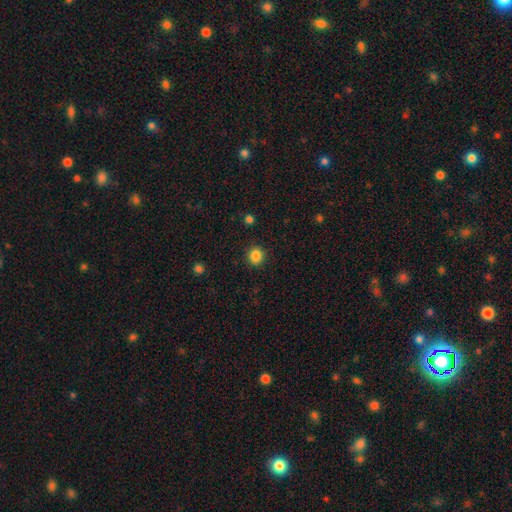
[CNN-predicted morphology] This is clearly a smooth galaxy (86%). How rounded: clearly round (89%). Merging: clearly none (91%).